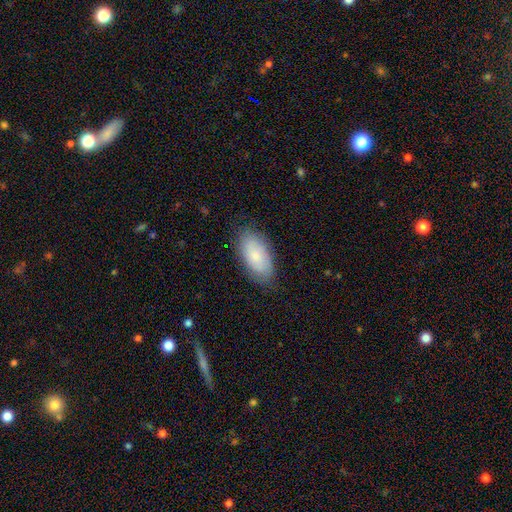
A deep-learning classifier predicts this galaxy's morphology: The model was most divided on "smooth or featured": smooth: 71%, featured or disk: 22%, star or artifact: 6%. More confident: how rounded — in between (94%); merging — none (80%).